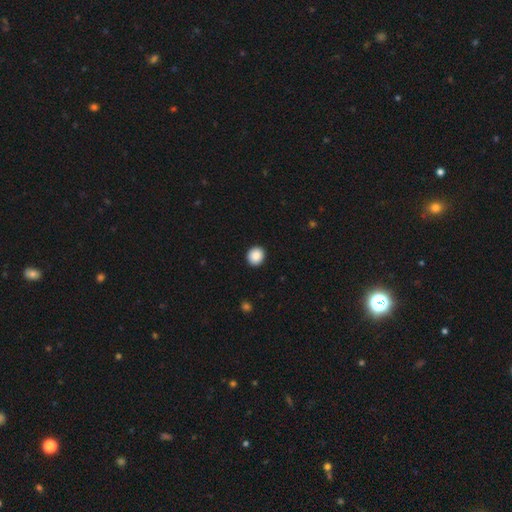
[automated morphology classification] The model was most divided on "how rounded": round: 85%, in between: 14%, cigar-shaped: 1%. More confident: merging — none (92%); smooth or featured — smooth (89%).